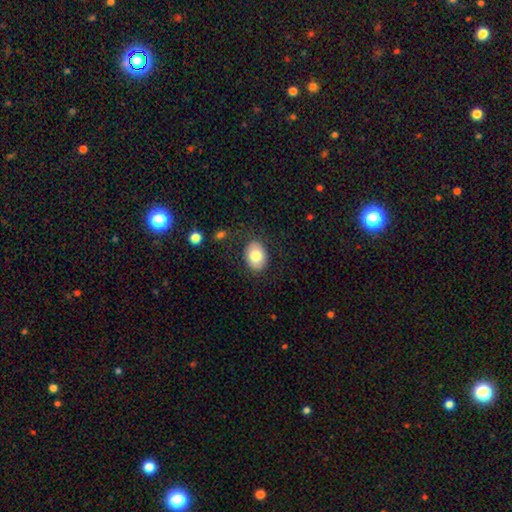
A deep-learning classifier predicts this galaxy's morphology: Smooth or featured? smooth (80%)
How rounded? in between (72%)
Merging? none (83%)